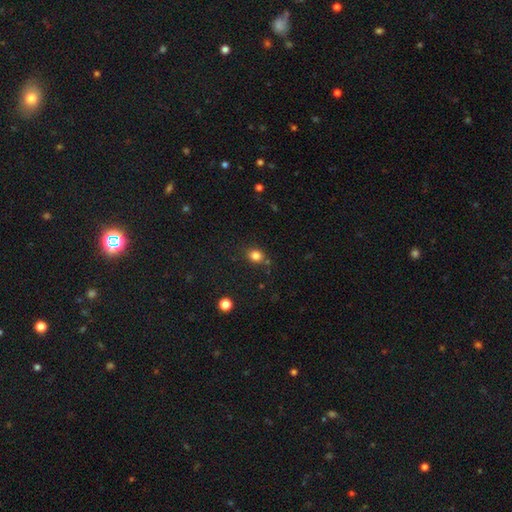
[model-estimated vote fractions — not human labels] Overall: smooth (82%). How rounded: round (61%; in between 38%). Merging: none (77%).